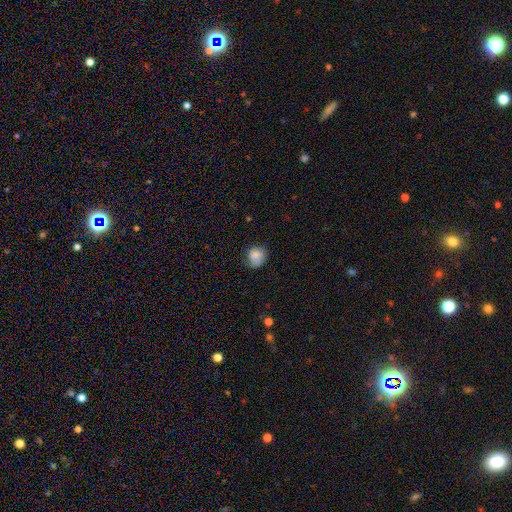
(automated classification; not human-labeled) Smooth or featured: smooth — 83% (star or artifact — 9%)
How rounded: round — 77% (in between — 22%)
Merging: none — 61% (minor disturbance — 29%)